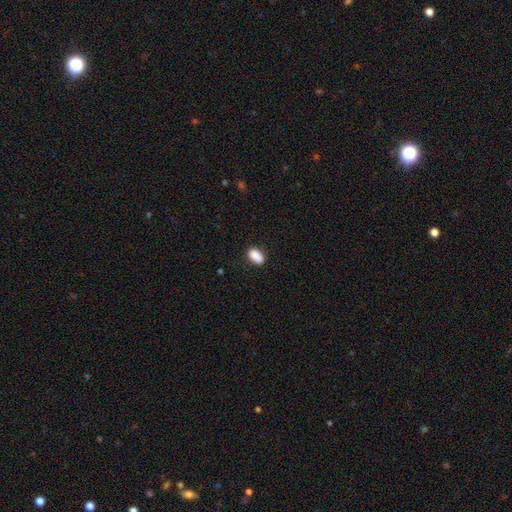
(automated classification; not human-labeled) Overall: smooth (88%). How rounded: in between (90%). Merging: none (77%).